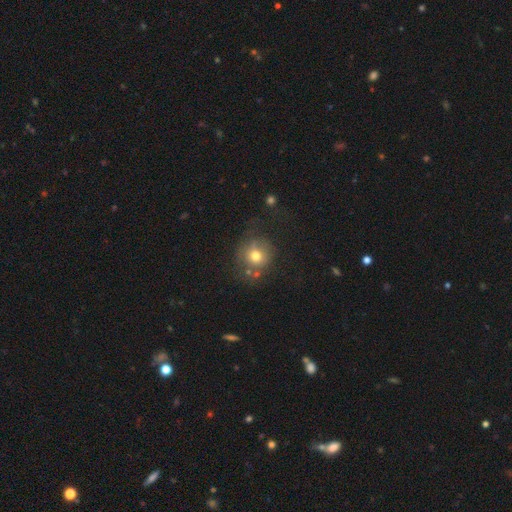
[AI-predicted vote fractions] This appears to be a smooth galaxy with no disk features (70%) that is round (87%). Merging: none (59%).